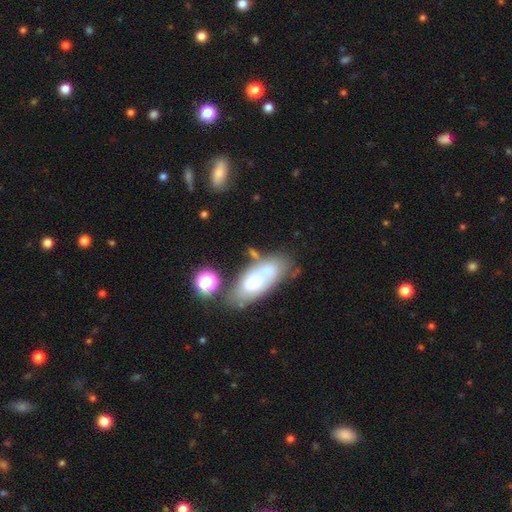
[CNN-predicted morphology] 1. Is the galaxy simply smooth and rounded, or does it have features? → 49% smooth, 41% featured or disk, 9% star or artifact.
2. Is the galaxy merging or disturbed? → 50% none, 21% minor disturbance, 19% merger, 10% major disturbance.